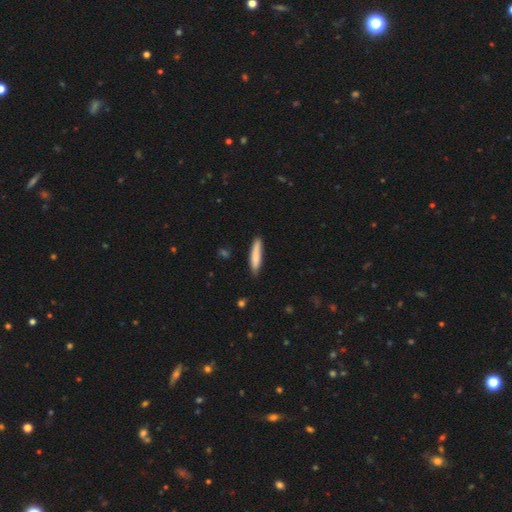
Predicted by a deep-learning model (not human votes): A smooth galaxy with no disk features (82%) that is cigar-shaped (89%).

Vote fractions:
- Smooth or featured? smooth: 82% / featured or disk: 12% / star or artifact: 6%
- How rounded? cigar-shaped: 89% / in between: 10% / round: 1%
- Merging? none: 82% / minor disturbance: 14% / major disturbance: 2% / merger: 2%